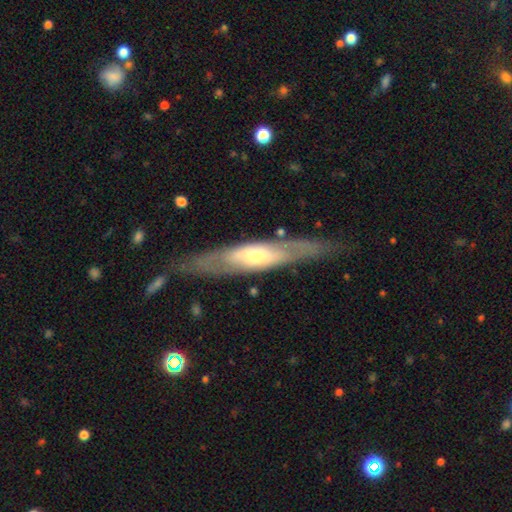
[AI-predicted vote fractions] Smooth or featured: featured or disk — 63% (smooth — 32%)
Edge-on disk: yes — 57% (no — 43%)
Merging: none — 74% (minor disturbance — 17%)